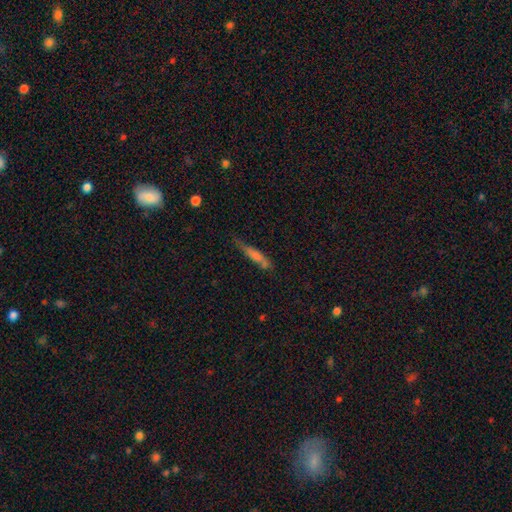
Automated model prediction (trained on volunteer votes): Overall: smooth (53%; featured or disk 38%). How rounded: cigar-shaped (89%). Merging: none (64%).